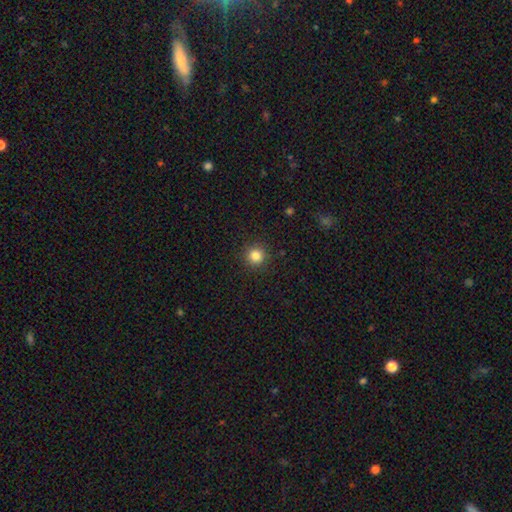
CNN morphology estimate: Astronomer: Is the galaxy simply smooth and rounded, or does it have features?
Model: smooth — 84%.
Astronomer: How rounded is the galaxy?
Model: round — 95%.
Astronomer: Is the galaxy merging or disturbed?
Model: none — 92%.